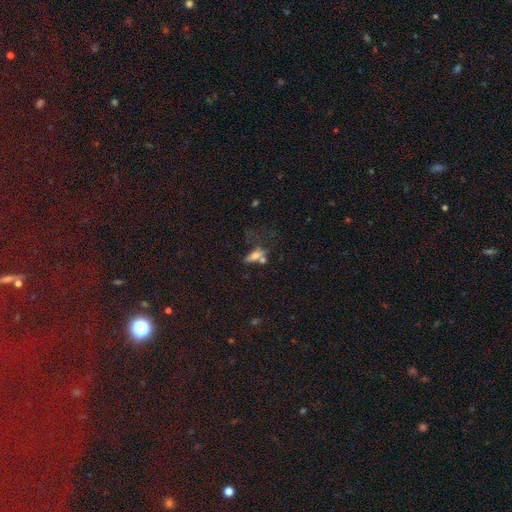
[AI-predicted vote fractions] smooth 56%, featured or disk 31%, star or artifact 13%. Down the decision tree: how rounded — in between (62%); merging — merger (31%).